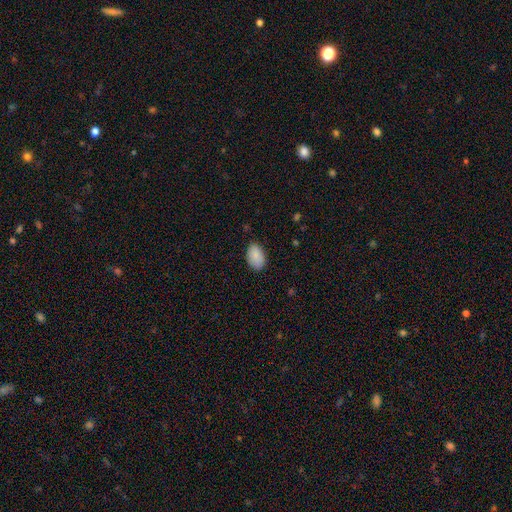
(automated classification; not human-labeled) Overall: smooth (89%). How rounded: in between (92%). Merging: none (83%).